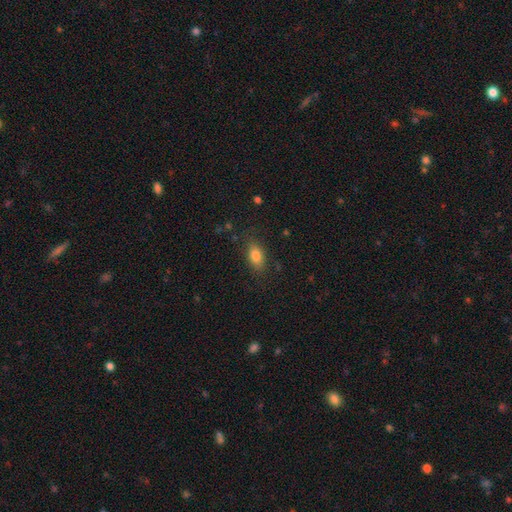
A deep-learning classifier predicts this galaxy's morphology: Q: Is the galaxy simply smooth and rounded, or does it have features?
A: smooth — 81%.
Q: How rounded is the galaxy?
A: in between — 86%.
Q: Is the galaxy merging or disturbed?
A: none — 81%.